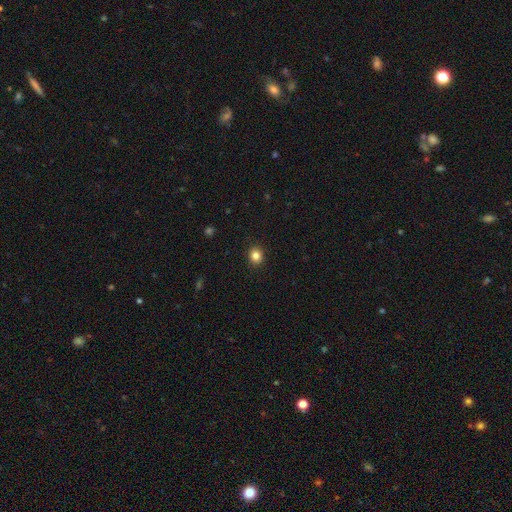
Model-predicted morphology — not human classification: A smooth galaxy with no disk features (84%) that is round (81%). Merging: none (92%).